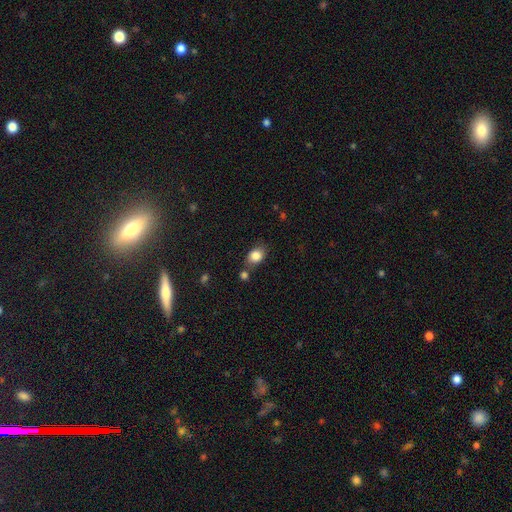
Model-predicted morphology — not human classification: smooth_or_featured: smooth (p=0.84) [alt: star or artifact p=0.09]
how_rounded: in between (p=0.68) [alt: round p=0.30]
merging: none (p=0.67) [alt: minor disturbance p=0.16]